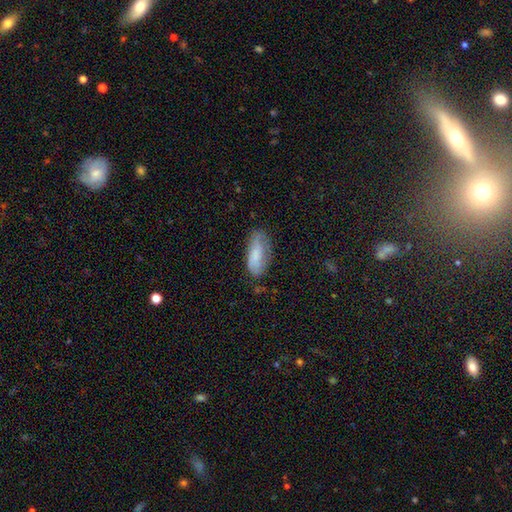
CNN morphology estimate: This is likely a smooth galaxy (69%). How rounded: clearly in between (84%). Merging: possibly none (56%).